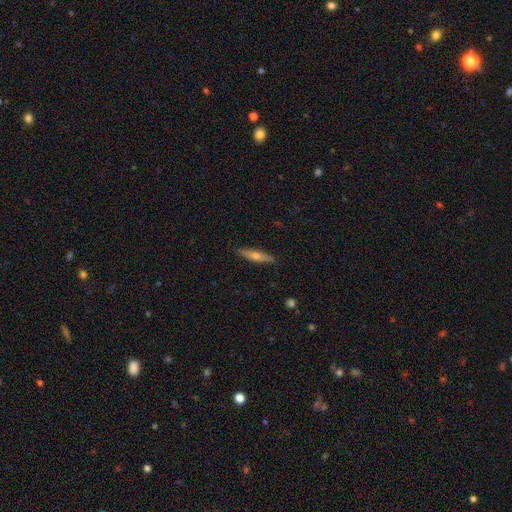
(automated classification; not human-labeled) Smooth or featured? Predicted: featured or disk (p=0.50). Edge-on disk? Predicted: yes (p=0.94). Merging? Predicted: none (p=0.90).